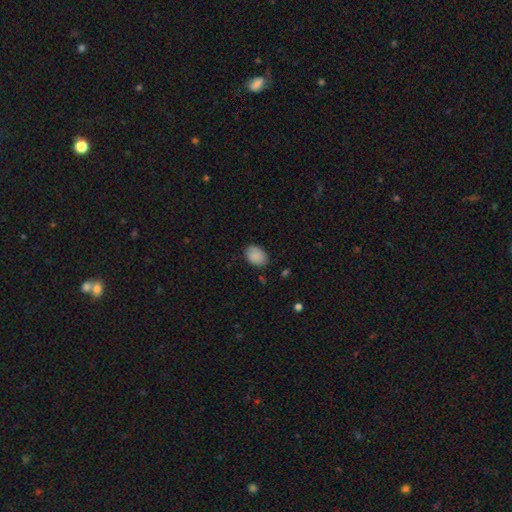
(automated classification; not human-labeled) The model was most divided on "how rounded": in between: 77%, round: 22%, cigar-shaped: 1%. More confident: smooth or featured — smooth (88%); merging — none (82%).